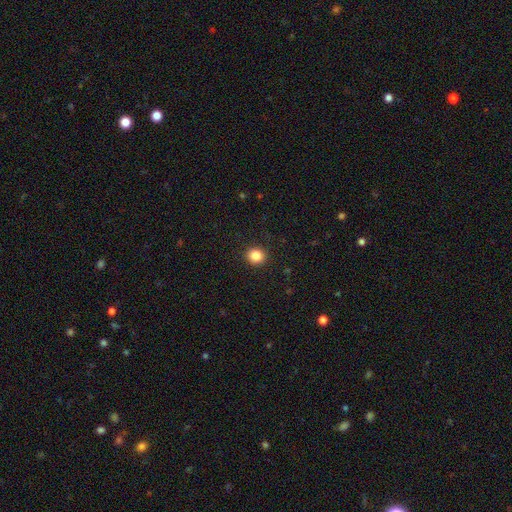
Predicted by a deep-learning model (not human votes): Smooth or featured? Predicted: smooth (p=0.85). How rounded? Predicted: round (p=0.87). Merging? Predicted: none (p=0.92).